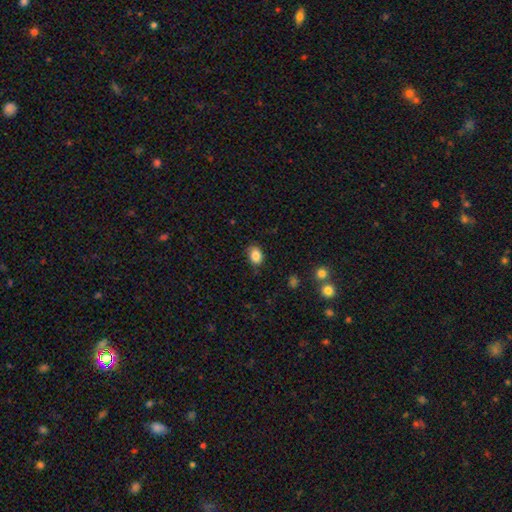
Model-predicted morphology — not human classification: Smooth or featured? Predicted: smooth (p=0.85). How rounded? Predicted: in between (p=0.66). Merging? Predicted: none (p=0.81).